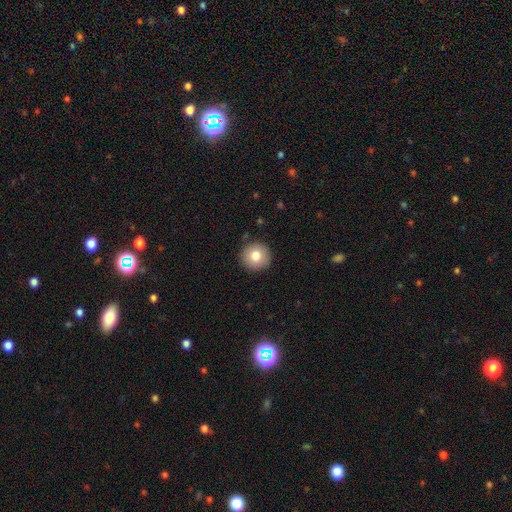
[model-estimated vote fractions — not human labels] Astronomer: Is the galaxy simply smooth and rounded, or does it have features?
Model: smooth — 79%.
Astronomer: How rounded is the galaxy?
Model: round — 95%.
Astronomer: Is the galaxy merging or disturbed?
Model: none — 90%.